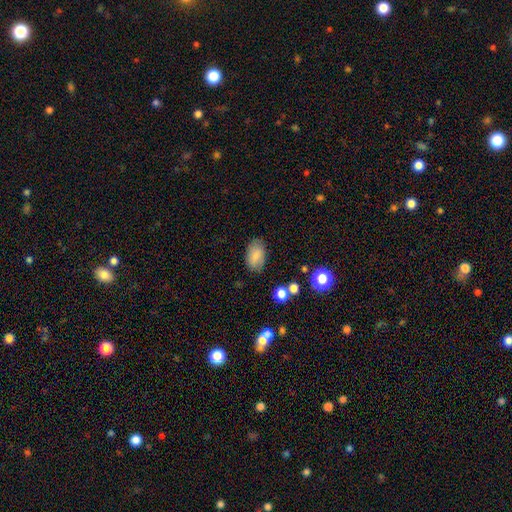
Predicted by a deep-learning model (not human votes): A smooth galaxy with no disk features (81%) that is in between round and cigar-shaped (92%). Merging: none (82%).